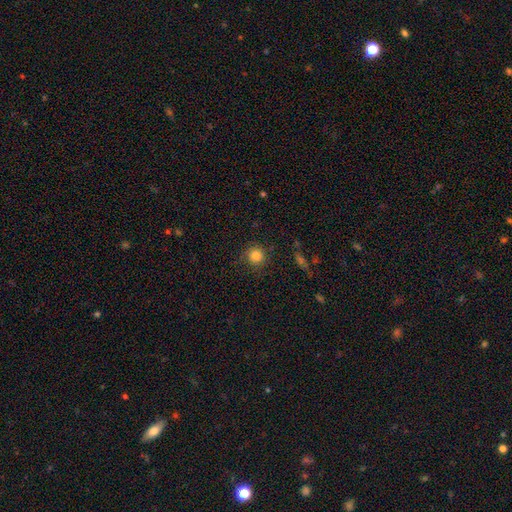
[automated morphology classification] The model was most divided on "merging": none: 83%, minor disturbance: 12%, major disturbance: 4%, merger: 2%. More confident: how rounded — round (94%); smooth or featured — smooth (84%).